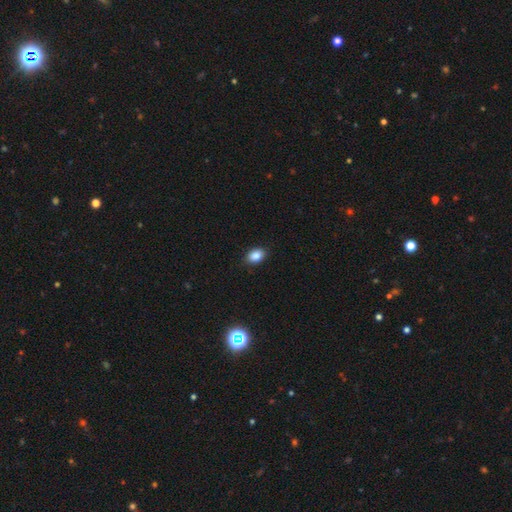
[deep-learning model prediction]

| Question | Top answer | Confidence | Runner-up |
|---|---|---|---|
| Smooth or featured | smooth | 87% | star or artifact (9%) |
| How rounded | in between | 81% | round (18%) |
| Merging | none | 87% | minor disturbance (10%) |